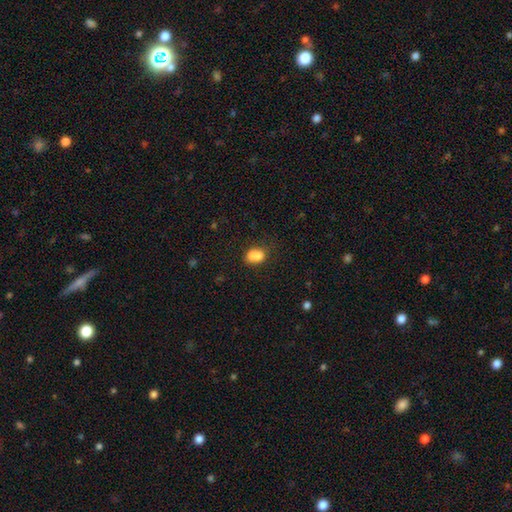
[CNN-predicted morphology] Smooth or featured? Predicted: smooth (p=0.85). How rounded? Predicted: in between (p=0.76). Merging? Predicted: none (p=0.62).